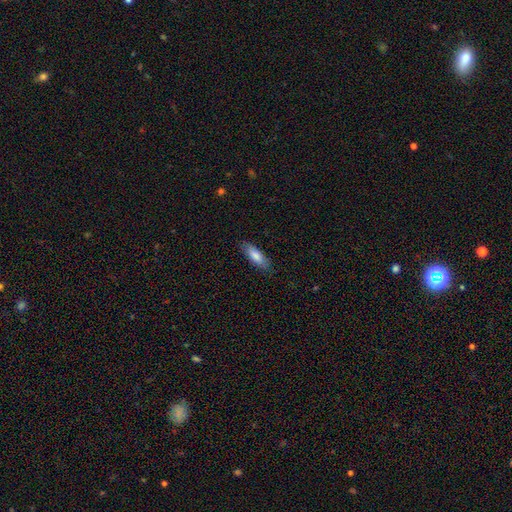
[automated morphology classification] Smooth or featured?
  - smooth: 81% *
  - featured or disk: 13%
  - star or artifact: 6%
How rounded?
  - in between: 56% *
  - cigar-shaped: 43%
  - round: 2%
Merging?
  - none: 85% *
  - minor disturbance: 12%
  - major disturbance: 3%
  - merger: 1%